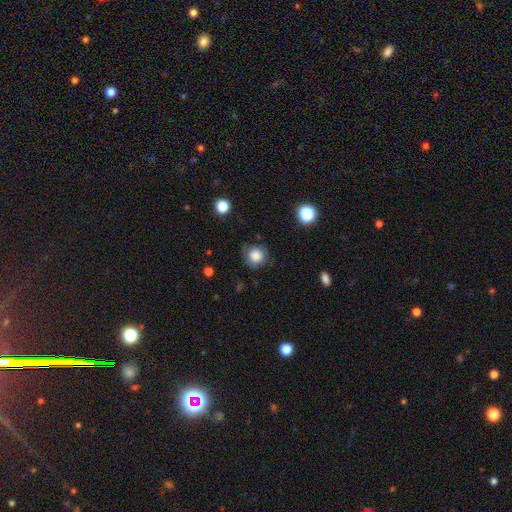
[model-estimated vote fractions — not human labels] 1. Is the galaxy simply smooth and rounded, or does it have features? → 83% smooth, 10% star or artifact, 7% featured or disk.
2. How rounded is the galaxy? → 90% round, 9% in between, 1% cigar-shaped.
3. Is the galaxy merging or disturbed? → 75% none, 18% minor disturbance, 6% major disturbance, 2% merger.